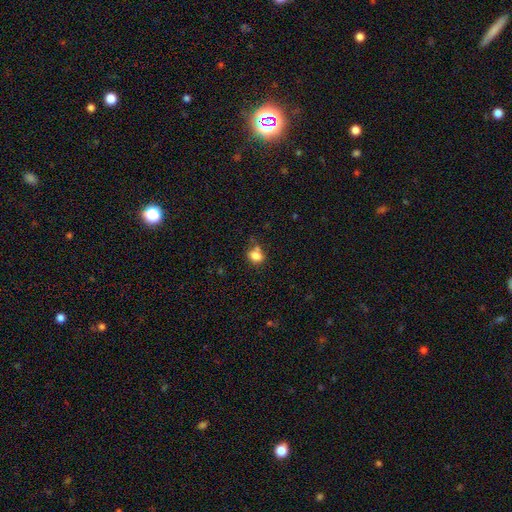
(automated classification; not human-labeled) The model was most divided on "how rounded": round: 50%, in between: 49%, cigar-shaped: 1%. More confident: smooth or featured — smooth (80%); merging — none (54%).